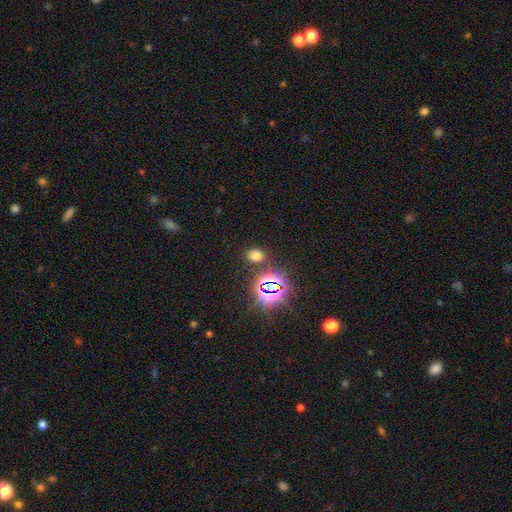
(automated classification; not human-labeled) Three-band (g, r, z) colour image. It shows a smooth galaxy with no disk features (62%) that is in between round and cigar-shaped (61%). Merging: none (82%).